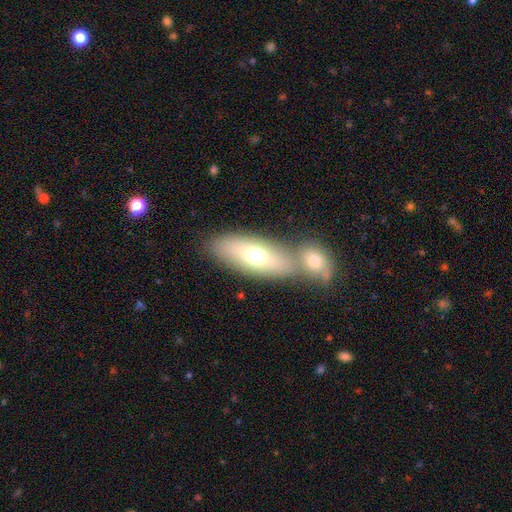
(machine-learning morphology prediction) smooth_or_featured: smooth (p=0.64) [alt: featured or disk p=0.30]
how_rounded: in between (p=0.72) [alt: cigar-shaped p=0.24]
merging: none (p=0.46) [alt: merger p=0.42]